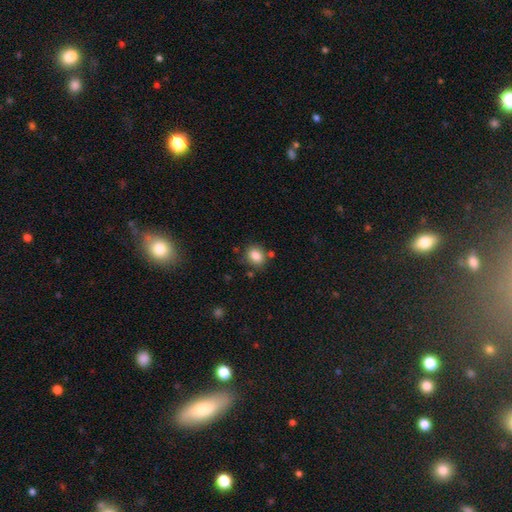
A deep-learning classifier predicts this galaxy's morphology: Smooth or featured? smooth (84%)
How rounded? round (56%)
Merging? none (76%)